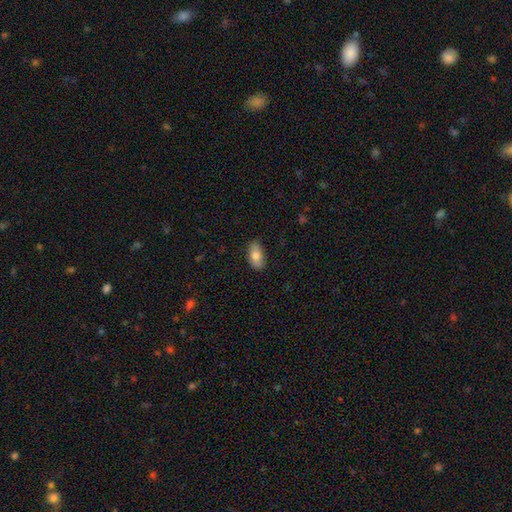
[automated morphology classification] Smooth or featured? smooth (79%)
How rounded? in between (92%)
Merging? none (84%)